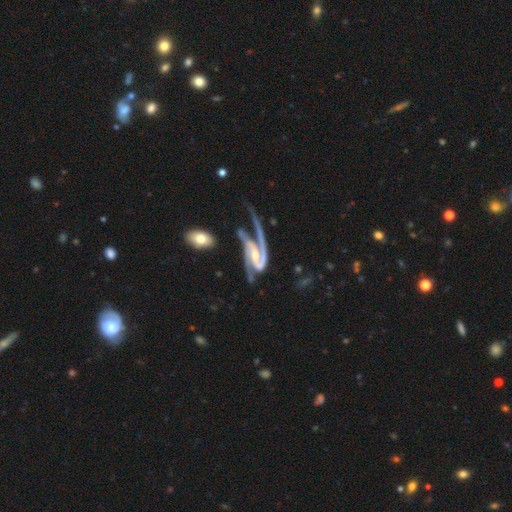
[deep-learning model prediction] featured or disk 92%, star or artifact 4%, smooth 4%. Down the decision tree: edge-on disk — no (97%); bar — strong (39%); spiral arms — yes (98%); spiral arm count — 2 (82%); spiral winding — medium (49%); bulge size — small (51%); merging — major disturbance (43%).